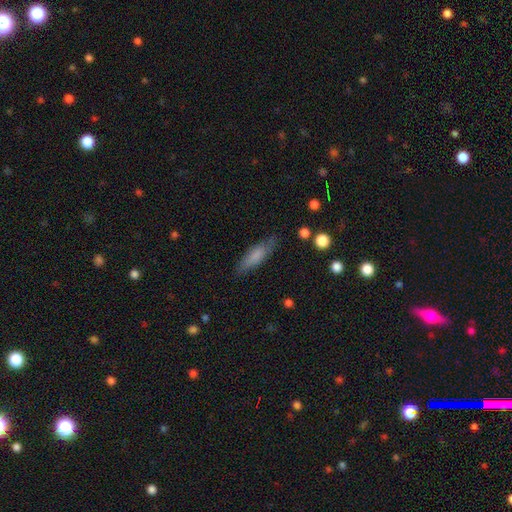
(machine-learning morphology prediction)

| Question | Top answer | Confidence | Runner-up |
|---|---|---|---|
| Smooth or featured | smooth | 72% | featured or disk (20%) |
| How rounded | cigar-shaped | 59% | in between (39%) |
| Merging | none | 78% | minor disturbance (16%) |